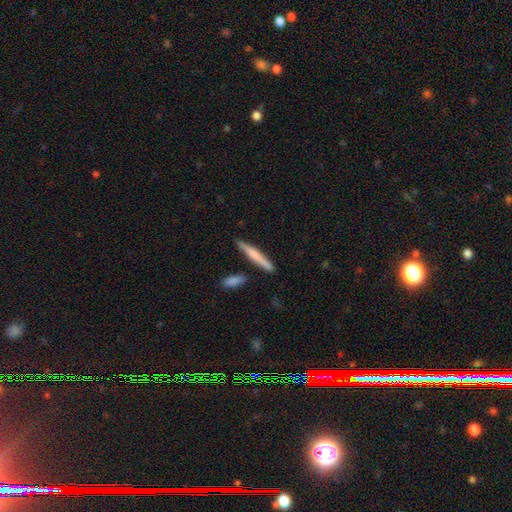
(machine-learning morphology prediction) Smooth or featured: smooth — 57% (featured or disk — 38%)
How rounded: cigar-shaped — 94% (in between — 4%)
Merging: none — 83% (minor disturbance — 10%)